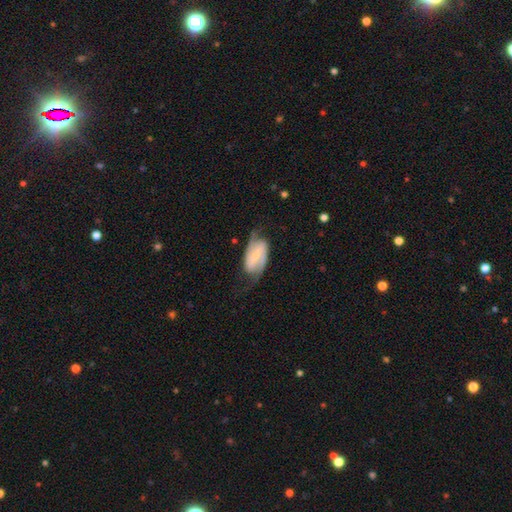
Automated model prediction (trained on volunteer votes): Overall: featured or disk (83%). Edge-on disk: no (96%). Bar: strong (49%; weak 37%). Spiral arms: yes (95%). Spiral arm count: 2 (91%). Spiral winding: medium (47%; loose 29%). Bulge size: small (58%; moderate 21%). Merging: none (70%).